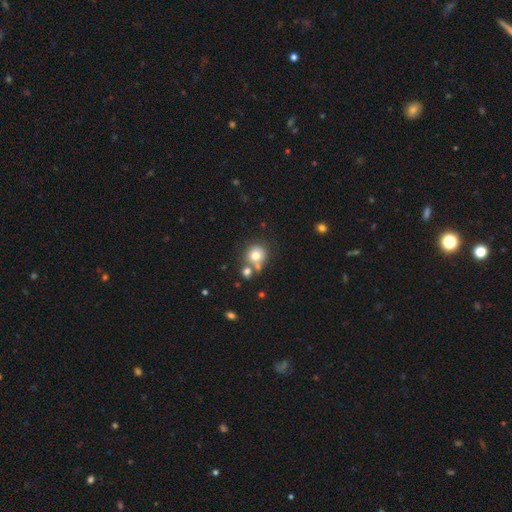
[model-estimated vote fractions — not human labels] The model was most divided on "merging": none: 55%, merger: 30%, minor disturbance: 11%, major disturbance: 5%. More confident: how rounded — round (86%); smooth or featured — smooth (75%).